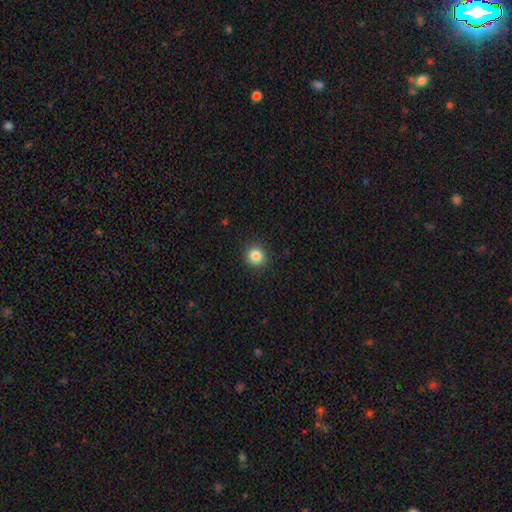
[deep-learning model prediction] A smooth galaxy with no disk features (85%) that is round (92%). Merging: none (91%).